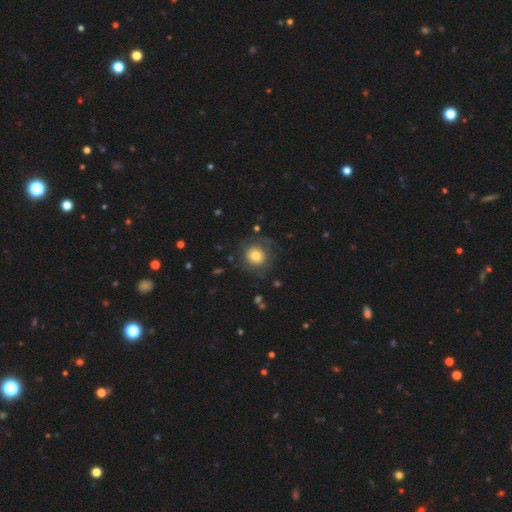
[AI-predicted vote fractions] Morphology: type=smooth (76%); roundness=round (87%); merging=none (73%).